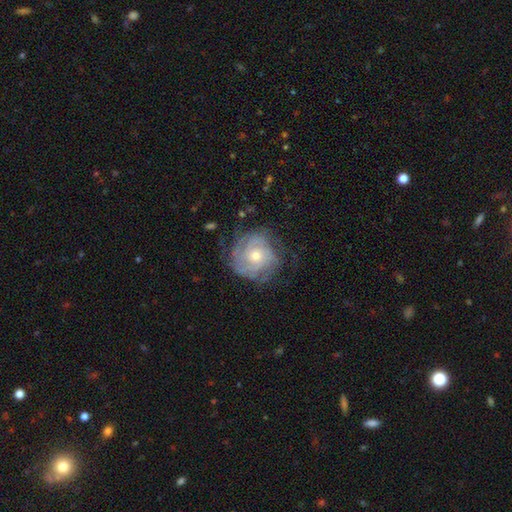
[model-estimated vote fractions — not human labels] smooth-or-featured: featured or disk: 82% | smooth: 12% | star or artifact: 6%
  disk-edge-on: no: 97% | yes: 3%
    bar: no: 78% | weak: 19% | strong: 4%
    has-spiral-arms: yes: 94% | no: 6%
      spiral-winding: tight: 73% | medium: 22% | loose: 6%
      spiral-arm-count: can't tell: 36% | 3: 21% | 2: 20% | 4: 12% | more than 4: 6% | 1: 5%
    bulge-size: moderate: 53% | small: 43% | large: 2% | none: 1% | dominant: 1%
  merging: none: 72% | minor disturbance: 18% | major disturbance: 8% | merger: 1%